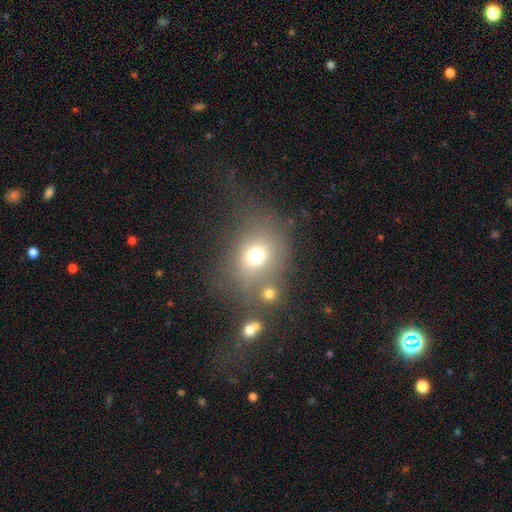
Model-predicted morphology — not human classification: Smooth or featured? smooth (70%)
How rounded? round (62%)
Merging? none (55%)